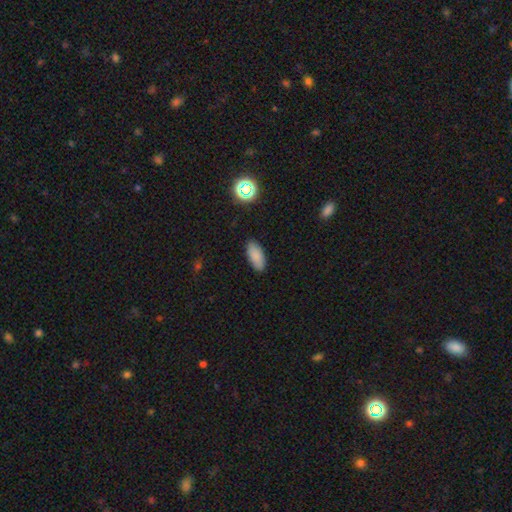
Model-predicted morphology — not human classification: The model was most divided on "smooth or featured": smooth: 86%, star or artifact: 9%, featured or disk: 6%. More confident: how rounded — in between (89%); merging — none (87%).